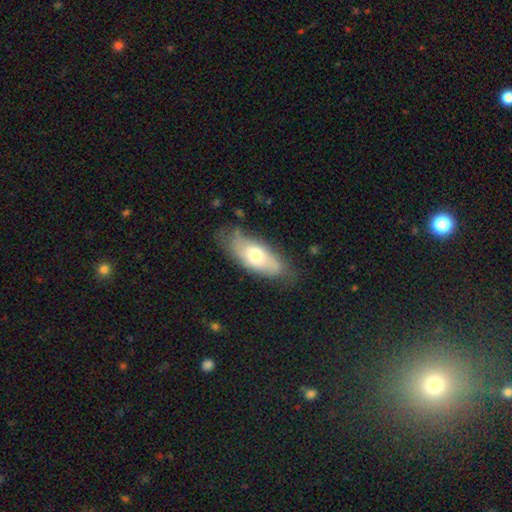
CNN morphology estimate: smooth-or-featured: smooth: 60% | featured or disk: 34% | star or artifact: 6%
  how-rounded: in between: 82% | cigar-shaped: 16% | round: 3%
  merging: none: 67% | minor disturbance: 24% | major disturbance: 6% | merger: 2%